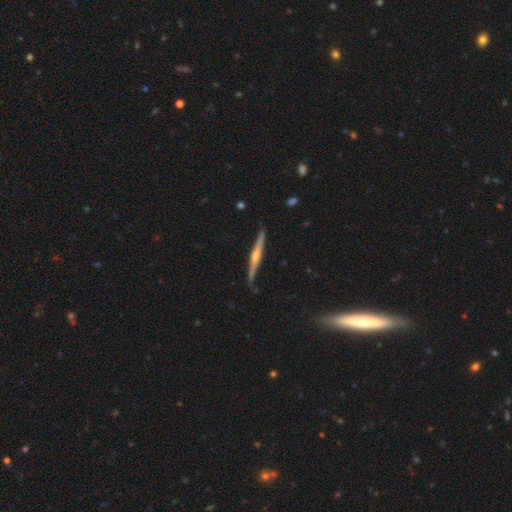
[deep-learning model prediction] Smooth or featured? featured or disk (74%)
Edge-on disk? yes (98%)
Edge-on bulge? rounded (80%)
Merging? none (86%)